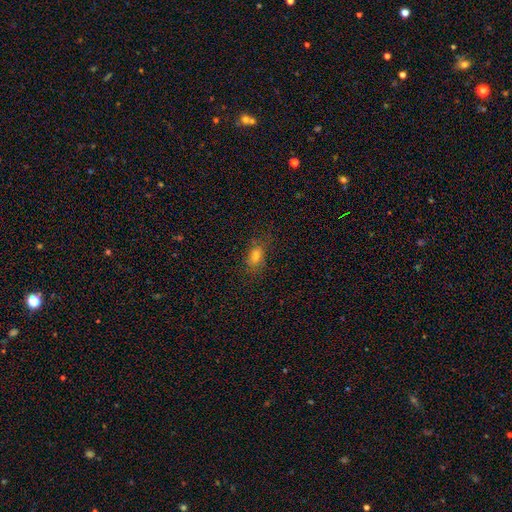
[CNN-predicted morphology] type=smooth (72%); roundness=in between (73%); merging=none (73%).